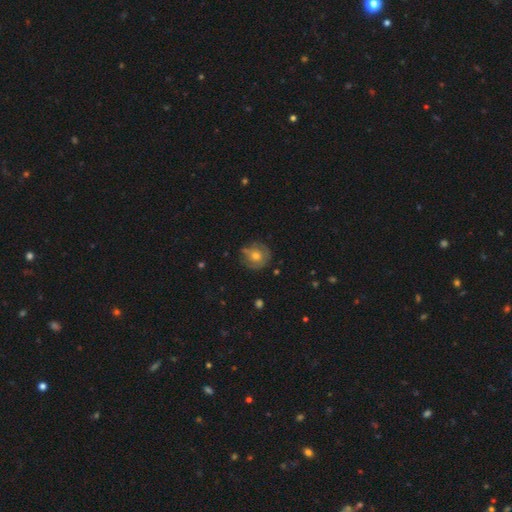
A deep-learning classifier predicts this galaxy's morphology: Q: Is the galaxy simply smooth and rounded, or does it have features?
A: smooth — 55%.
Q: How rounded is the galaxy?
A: round — 88%.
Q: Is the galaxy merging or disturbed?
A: none — 70%.